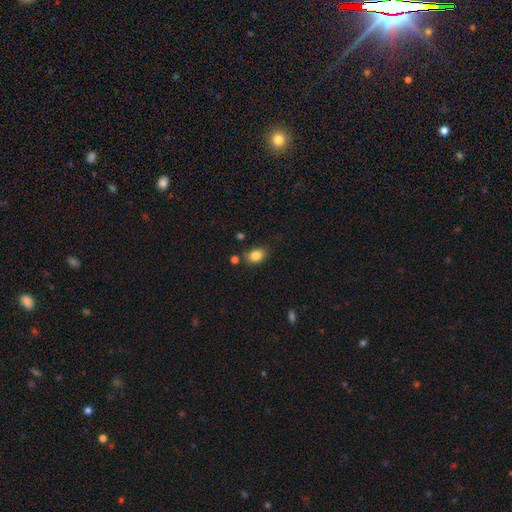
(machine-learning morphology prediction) The model was most divided on "how rounded": in between: 66%, round: 33%, cigar-shaped: 1%. More confident: smooth or featured — smooth (84%); merging — none (74%).